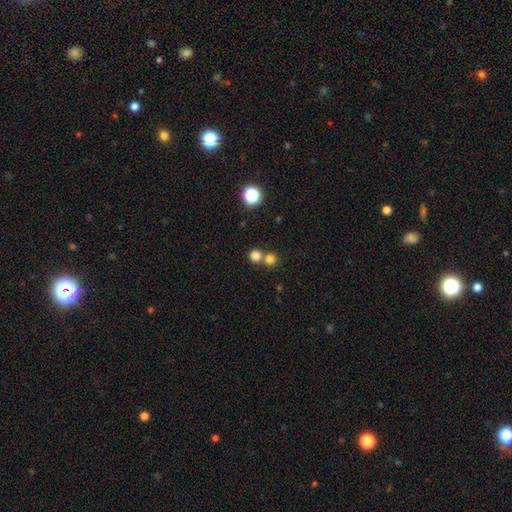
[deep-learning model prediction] A smooth galaxy with no disk features (78%) that is round (89%).

Vote fractions:
- Smooth or featured? smooth: 78% / star or artifact: 16% / featured or disk: 6%
- How rounded? round: 89% / in between: 10% / cigar-shaped: 1%
- Merging? none: 55% / merger: 37% / minor disturbance: 5% / major disturbance: 2%